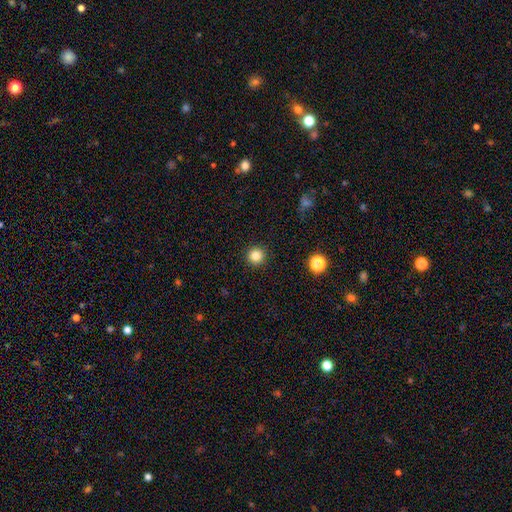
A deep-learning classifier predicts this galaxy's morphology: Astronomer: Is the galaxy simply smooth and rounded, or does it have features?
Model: smooth — 83%.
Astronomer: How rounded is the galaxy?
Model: round — 96%.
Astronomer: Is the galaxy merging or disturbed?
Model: none — 93%.